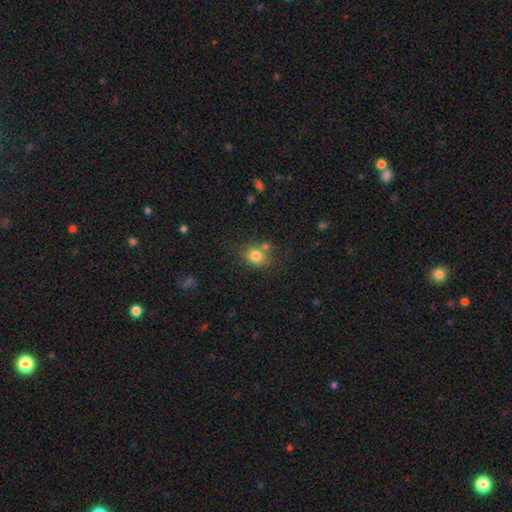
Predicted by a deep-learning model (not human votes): smooth 80%, star or artifact 12%, featured or disk 8%. Down the decision tree: how rounded — round (70%); merging — none (62%).